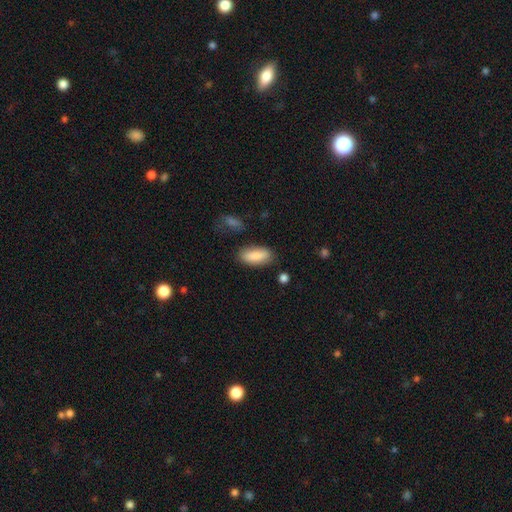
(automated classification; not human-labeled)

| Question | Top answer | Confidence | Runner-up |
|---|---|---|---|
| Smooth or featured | smooth | 85% | featured or disk (9%) |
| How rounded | in between | 81% | cigar-shaped (16%) |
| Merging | none | 81% | minor disturbance (13%) |